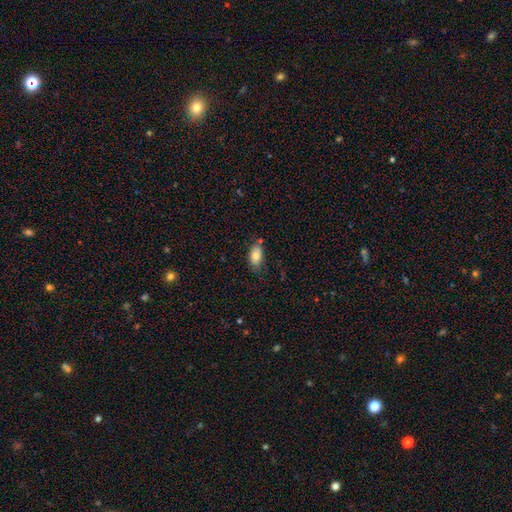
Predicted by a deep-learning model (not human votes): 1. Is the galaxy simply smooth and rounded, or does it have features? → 77% smooth, 15% featured or disk, 8% star or artifact.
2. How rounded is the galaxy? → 91% in between, 7% round, 3% cigar-shaped.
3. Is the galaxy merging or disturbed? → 69% none, 21% minor disturbance, 6% merger, 4% major disturbance.